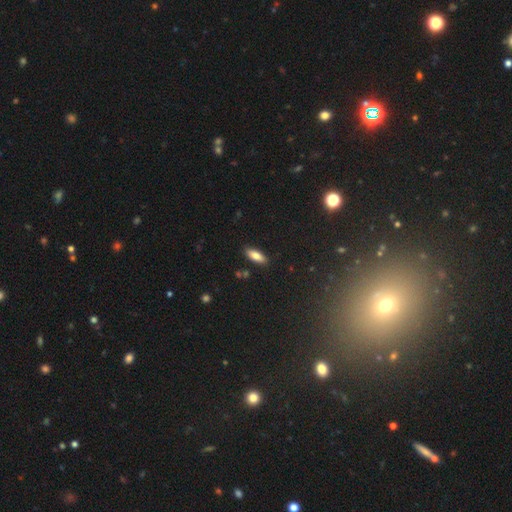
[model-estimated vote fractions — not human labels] Overall: smooth (77%). How rounded: in between (69%; cigar-shaped 29%). Merging: none (87%).